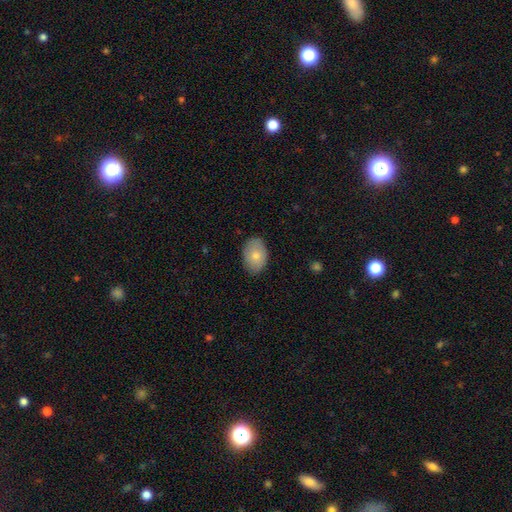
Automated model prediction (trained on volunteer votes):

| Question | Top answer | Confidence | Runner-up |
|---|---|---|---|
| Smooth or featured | smooth | 76% | featured or disk (17%) |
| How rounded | in between | 84% | round (15%) |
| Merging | none | 82% | minor disturbance (15%) |